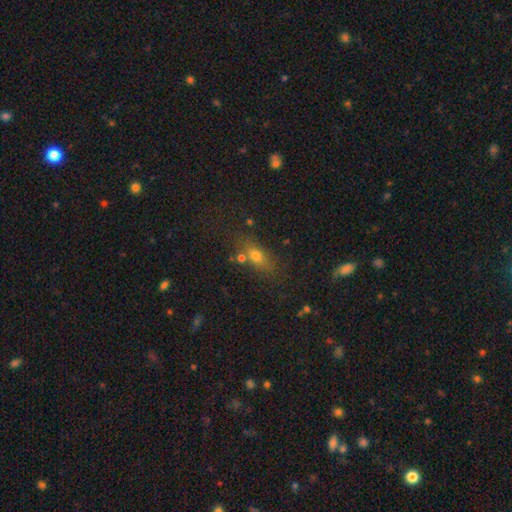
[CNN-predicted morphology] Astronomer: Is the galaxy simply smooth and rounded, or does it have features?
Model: smooth — 67%.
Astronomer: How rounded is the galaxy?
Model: in between — 66%.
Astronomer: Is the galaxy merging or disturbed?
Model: none — 66%.